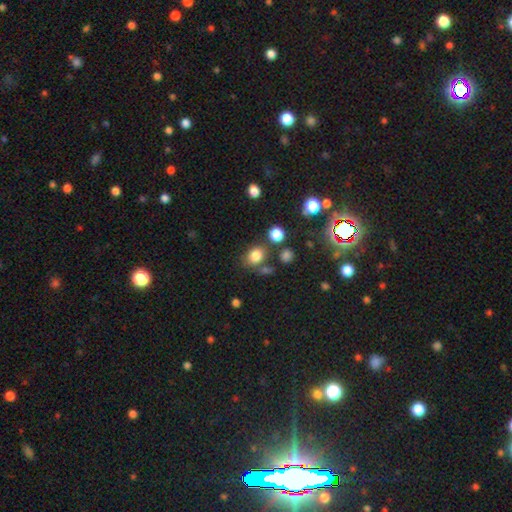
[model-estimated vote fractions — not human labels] This appears to be a smooth galaxy with no disk features (80%) that is round (54%). Merging: none (70%).